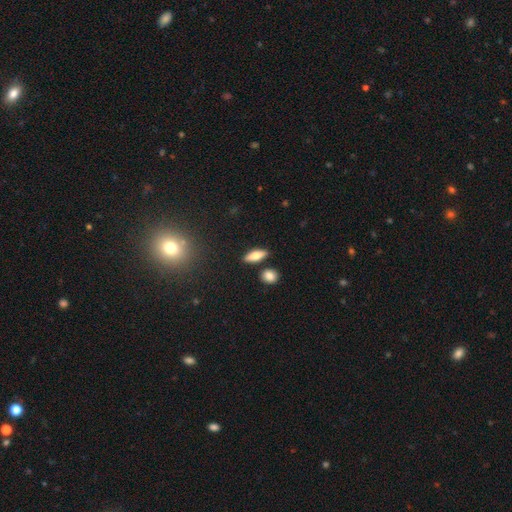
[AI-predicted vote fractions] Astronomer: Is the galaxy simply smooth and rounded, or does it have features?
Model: smooth — 67%.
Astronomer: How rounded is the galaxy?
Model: in between — 62%.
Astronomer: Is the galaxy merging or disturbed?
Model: none — 83%.